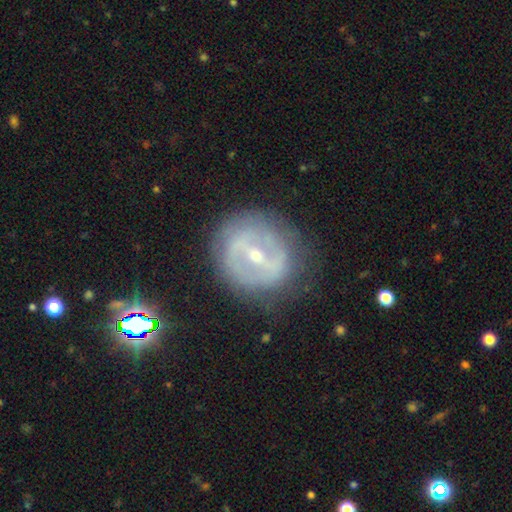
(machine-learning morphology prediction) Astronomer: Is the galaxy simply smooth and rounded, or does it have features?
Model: featured or disk — 78%.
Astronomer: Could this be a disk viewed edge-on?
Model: no — 95%.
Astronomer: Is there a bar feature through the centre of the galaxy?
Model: strong — 52% (runner-up: weak, 35%).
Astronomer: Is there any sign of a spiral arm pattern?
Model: yes — 55% (runner-up: no, 45%).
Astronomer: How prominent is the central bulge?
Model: small — 62%.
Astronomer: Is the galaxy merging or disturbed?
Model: none — 78%.